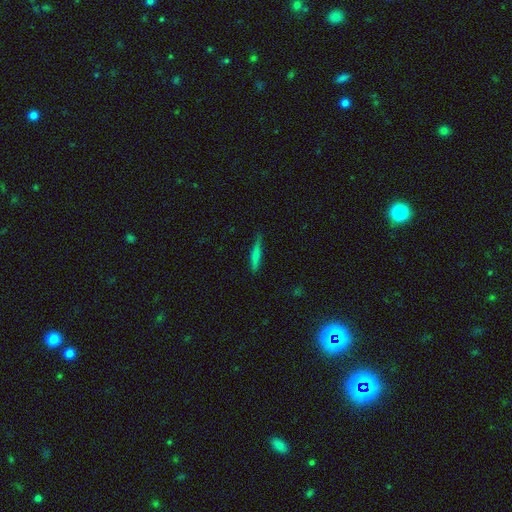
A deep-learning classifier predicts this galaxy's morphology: This appears to be a smooth galaxy with no disk features (71%) that is cigar-shaped (90%). Merging: none (78%).